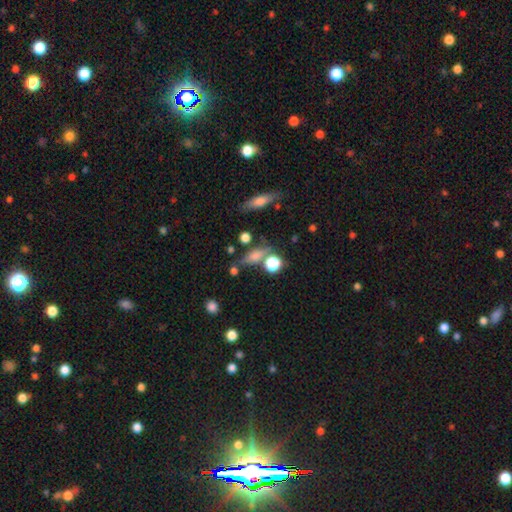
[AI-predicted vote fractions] This is possibly a smooth galaxy (58%). How rounded: marginally in between (42%). Merging: likely none (64%).